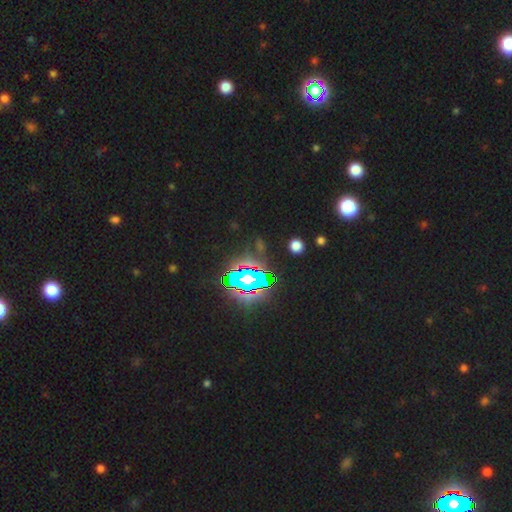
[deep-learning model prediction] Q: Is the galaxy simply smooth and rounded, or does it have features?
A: star or artifact — 83%.